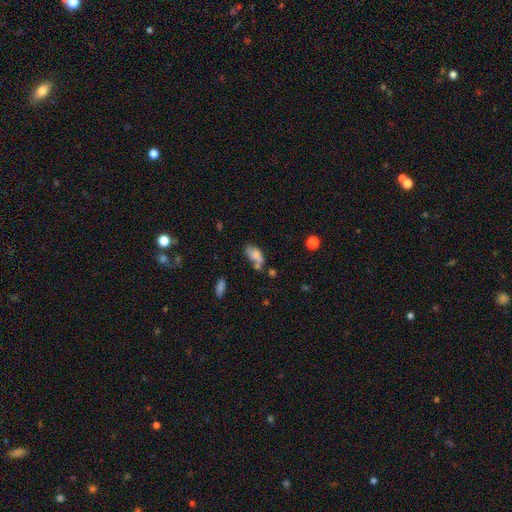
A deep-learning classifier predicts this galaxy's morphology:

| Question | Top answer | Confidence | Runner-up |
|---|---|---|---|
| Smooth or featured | smooth | 71% | featured or disk (19%) |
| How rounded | in between | 89% | round (6%) |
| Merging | none | 34% | merger (30%) |